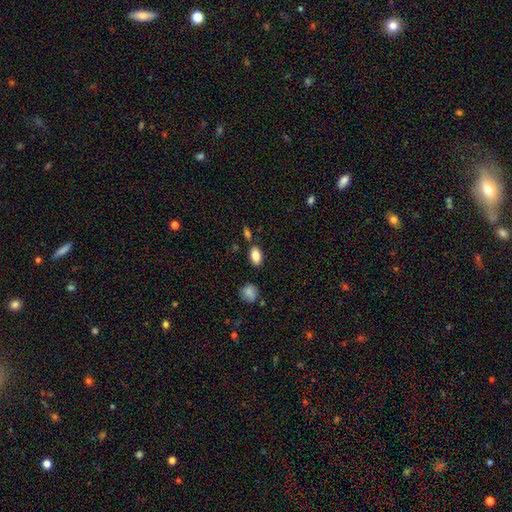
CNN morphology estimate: A smooth galaxy with no disk features (85%) that is in between round and cigar-shaped (90%).

Vote fractions:
- Smooth or featured? smooth: 85% / star or artifact: 8% / featured or disk: 7%
- How rounded? in between: 90% / round: 7% / cigar-shaped: 3%
- Merging? none: 81% / minor disturbance: 11% / merger: 5% / major disturbance: 3%